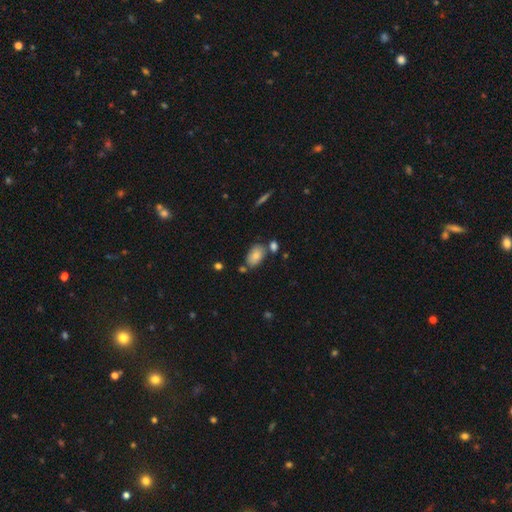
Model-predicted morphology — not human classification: smooth-or-featured: smooth: 82% | featured or disk: 11% | star or artifact: 8%
  how-rounded: in between: 91% | round: 7% | cigar-shaped: 2%
  merging: none: 68% | minor disturbance: 15% | merger: 14% | major disturbance: 4%